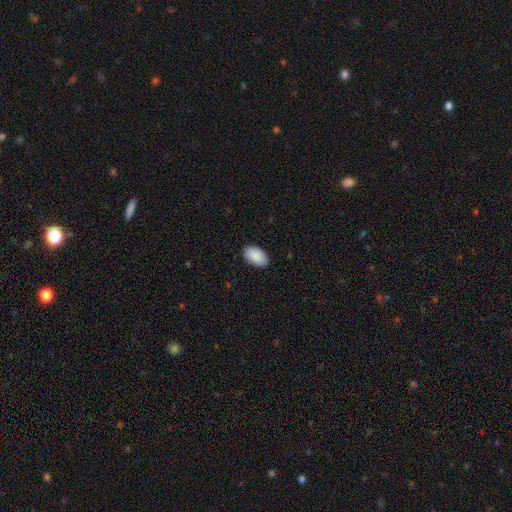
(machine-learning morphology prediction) This is clearly a smooth galaxy (91%). How rounded: clearly in between (95%). Merging: clearly none (88%).